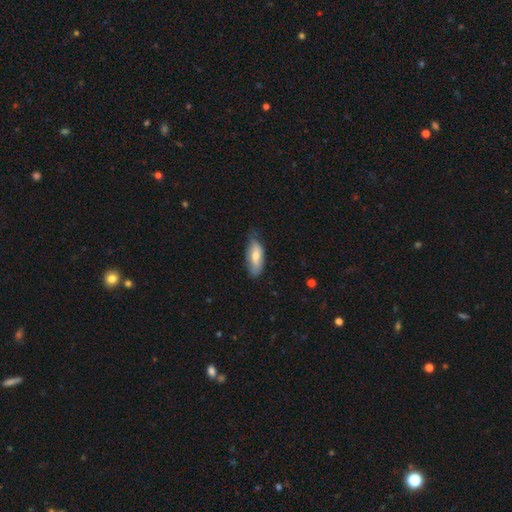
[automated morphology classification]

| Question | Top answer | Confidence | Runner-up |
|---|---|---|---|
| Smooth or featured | smooth | 67% | featured or disk (27%) |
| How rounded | in between | 79% | cigar-shaped (19%) |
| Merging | none | 60% | minor disturbance (32%) |